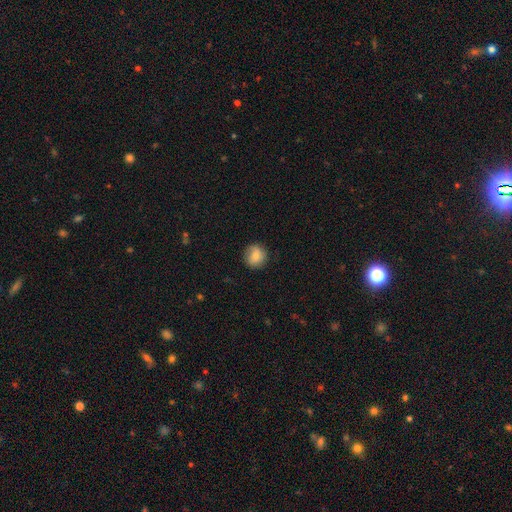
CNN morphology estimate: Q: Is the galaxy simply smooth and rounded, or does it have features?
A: smooth — 82%.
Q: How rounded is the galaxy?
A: round — 88%.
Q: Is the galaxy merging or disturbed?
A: none — 85%.